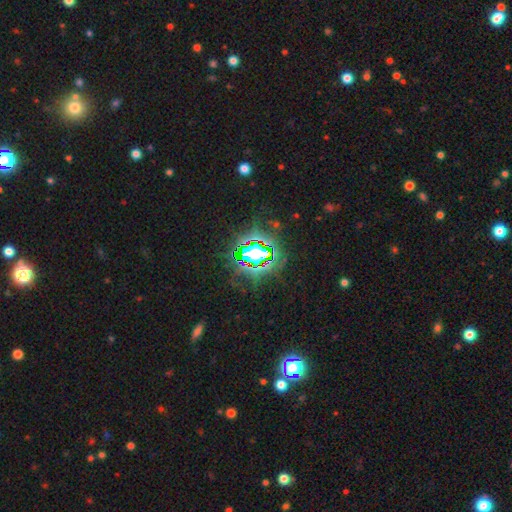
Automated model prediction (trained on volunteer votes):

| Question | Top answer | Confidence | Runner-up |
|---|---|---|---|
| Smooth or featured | star or artifact | 82% | smooth (10%) |